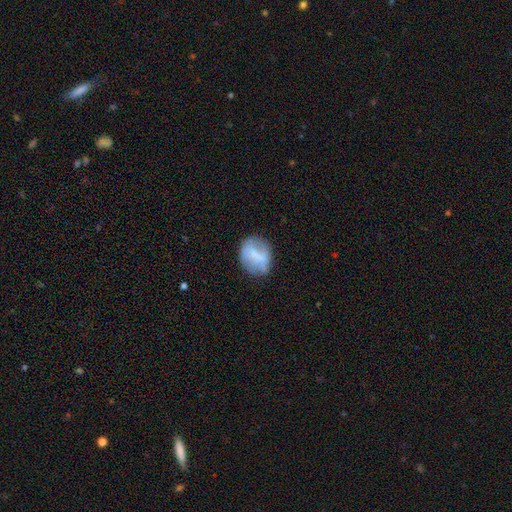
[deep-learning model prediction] This appears to be a smooth galaxy with no disk features (58%) that is in between round and cigar-shaped (52%). Merging: none (68%).